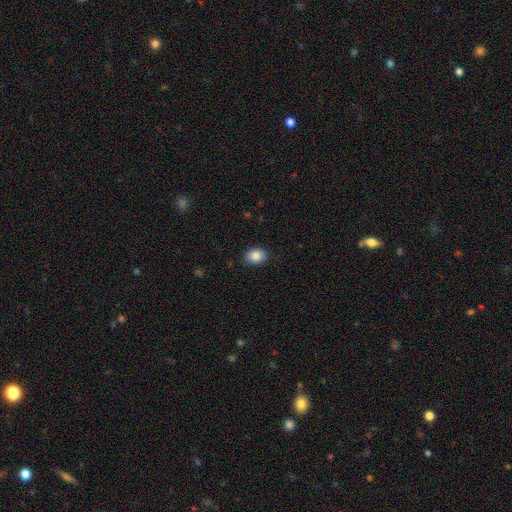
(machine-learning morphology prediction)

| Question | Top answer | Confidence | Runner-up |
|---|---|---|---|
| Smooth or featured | smooth | 86% | star or artifact (9%) |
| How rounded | in between | 65% | round (34%) |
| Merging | none | 88% | minor disturbance (9%) |